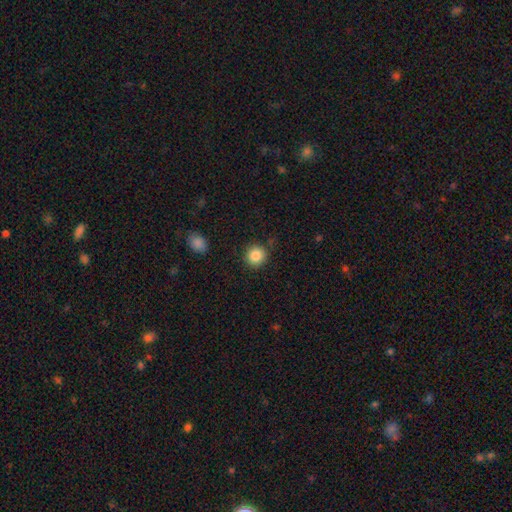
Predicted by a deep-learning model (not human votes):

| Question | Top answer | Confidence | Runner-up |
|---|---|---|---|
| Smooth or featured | smooth | 86% | star or artifact (9%) |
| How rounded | round | 91% | in between (8%) |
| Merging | none | 88% | minor disturbance (8%) |